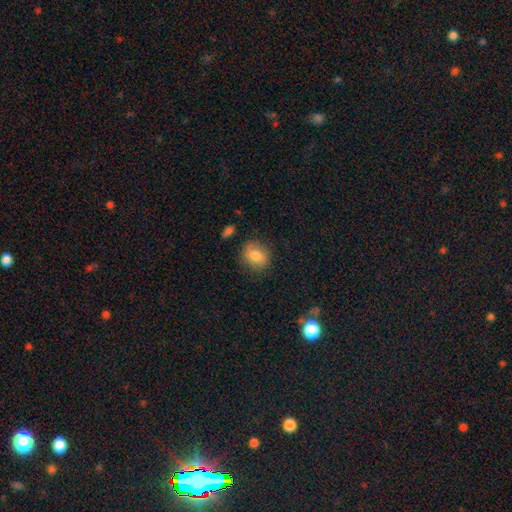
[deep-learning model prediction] smooth 81%, featured or disk 10%, star or artifact 8%. Down the decision tree: how rounded — round (69%); merging — none (83%).